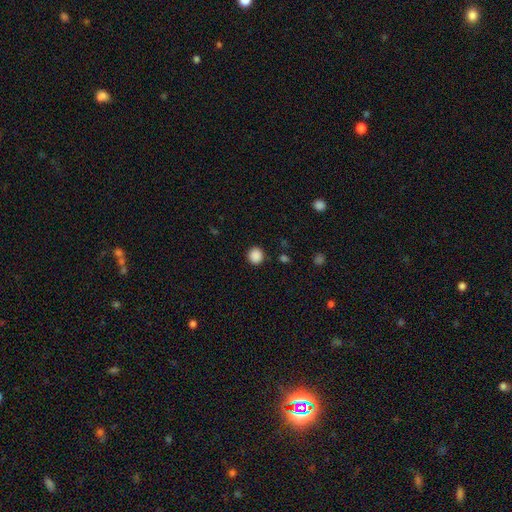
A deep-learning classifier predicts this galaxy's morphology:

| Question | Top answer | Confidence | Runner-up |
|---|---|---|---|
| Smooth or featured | smooth | 88% | star or artifact (10%) |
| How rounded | round | 90% | in between (9%) |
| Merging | none | 90% | minor disturbance (6%) |